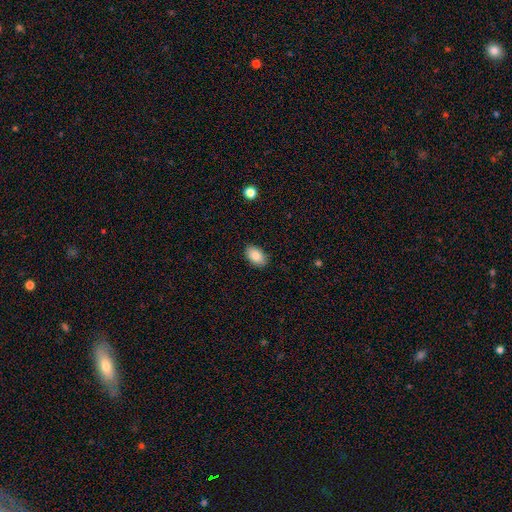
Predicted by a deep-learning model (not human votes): The model was most divided on "merging": none: 87%, minor disturbance: 10%, major disturbance: 2%, merger: 1%. More confident: how rounded — in between (92%); smooth or featured — smooth (86%).